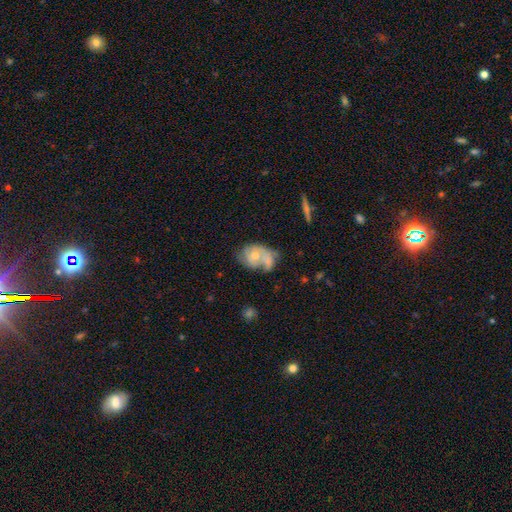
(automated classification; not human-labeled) The model was most divided on "smooth or featured": featured or disk: 50%, smooth: 43%, star or artifact: 7%. Remaining: merging — merger (40%).